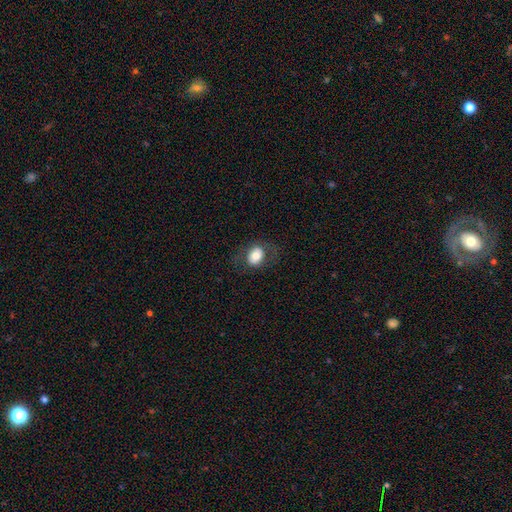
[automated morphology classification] This appears to be a smooth galaxy with no disk features (72%) that is in between round and cigar-shaped (66%). Merging: none (74%).